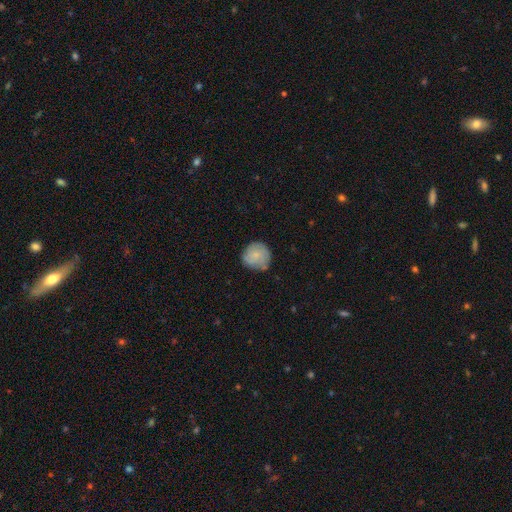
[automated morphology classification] smooth 68%, featured or disk 25%, star or artifact 7%. Down the decision tree: how rounded — round (91%); merging — none (71%).